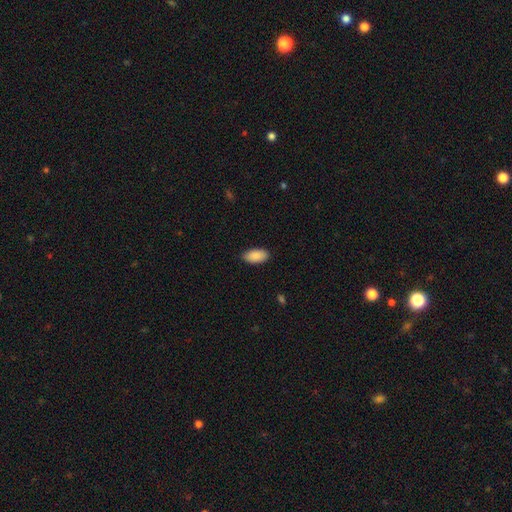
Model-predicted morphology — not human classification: Smooth or featured? Predicted: smooth (p=0.90). How rounded? Predicted: in between (p=0.95). Merging? Predicted: none (p=0.88).